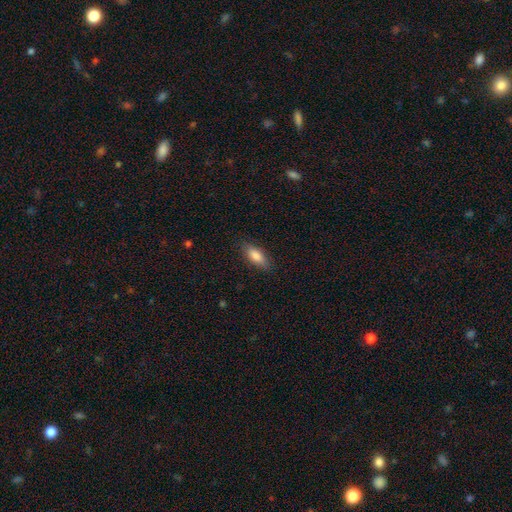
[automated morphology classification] Smooth or featured? smooth (84%)
How rounded? in between (77%)
Merging? none (85%)